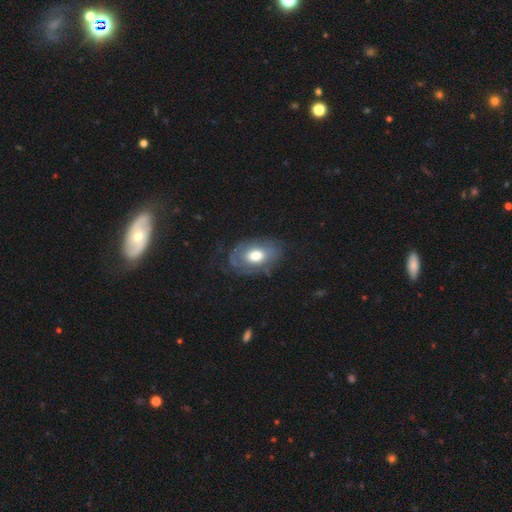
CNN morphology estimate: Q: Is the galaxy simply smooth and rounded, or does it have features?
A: featured or disk — 47%.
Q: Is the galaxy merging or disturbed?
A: none — 65%.